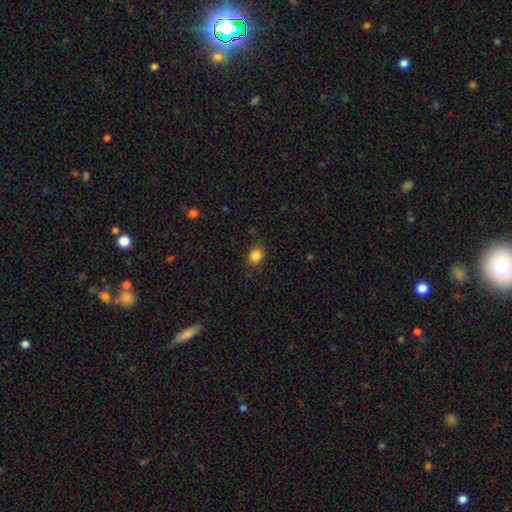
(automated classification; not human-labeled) A smooth galaxy with no disk features (84%) that is round (60%).

Vote fractions:
- Smooth or featured? smooth: 84% / star or artifact: 11% / featured or disk: 5%
- How rounded? round: 60% / in between: 39% / cigar-shaped: 1%
- Merging? none: 83% / minor disturbance: 13% / major disturbance: 3% / merger: 1%